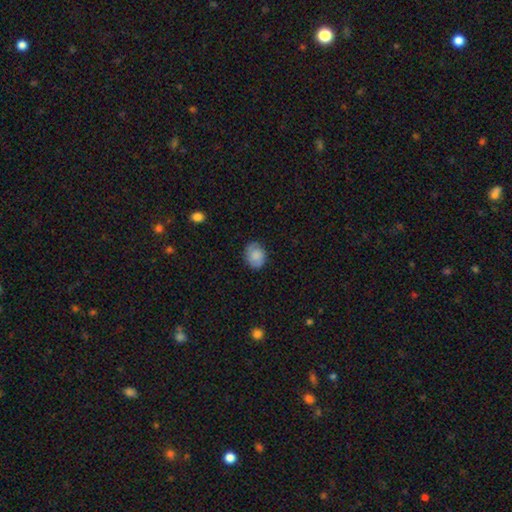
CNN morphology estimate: smooth-or-featured: smooth: 77% | featured or disk: 15% | star or artifact: 8%
  how-rounded: in between: 54% | round: 45% | cigar-shaped: 1%
  merging: none: 77% | minor disturbance: 18% | major disturbance: 4% | merger: 1%